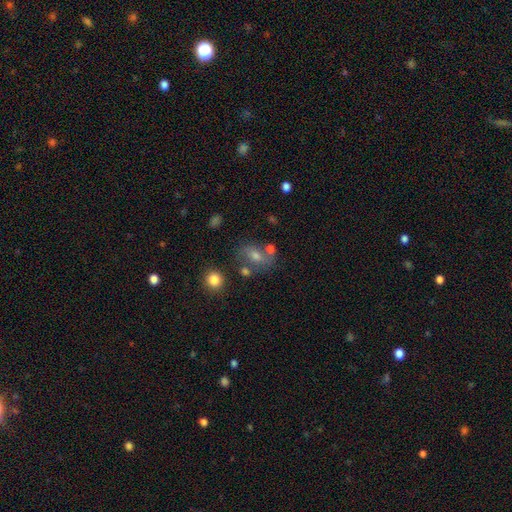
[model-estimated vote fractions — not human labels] smooth_or_featured: smooth (p=0.50) [alt: featured or disk p=0.30]
how_rounded: in between (p=0.64) [alt: round p=0.32]
merging: none (p=0.60) [alt: merger p=0.16]